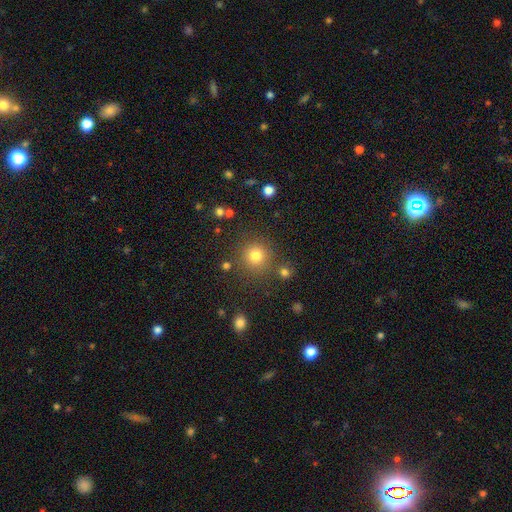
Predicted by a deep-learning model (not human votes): The model was most divided on "smooth or featured": smooth: 79%, star or artifact: 15%, featured or disk: 6%. More confident: how rounded — round (94%); merging — none (83%).